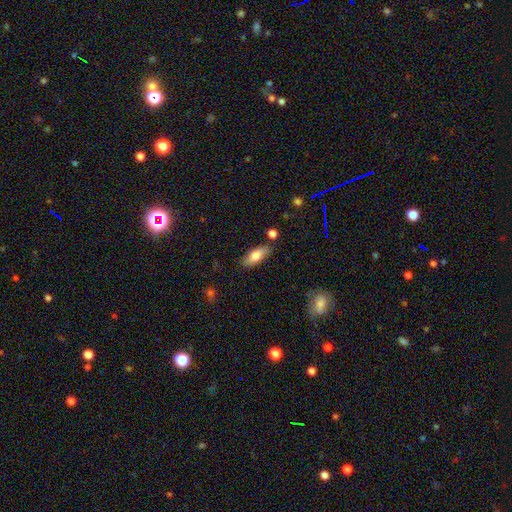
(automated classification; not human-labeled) Q: Smooth or featured?
A: smooth (74%); runner-up: featured or disk (19%)
Q: How rounded?
A: in between (74%); runner-up: cigar-shaped (23%)
Q: Merging?
A: none (81%); runner-up: minor disturbance (13%)